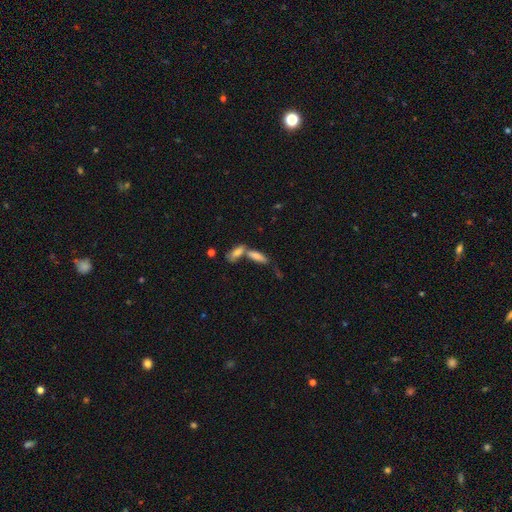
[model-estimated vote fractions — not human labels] Smooth or featured? Predicted: smooth (p=0.69). How rounded? Predicted: in between (p=0.55). Merging? Predicted: merger (p=0.49).